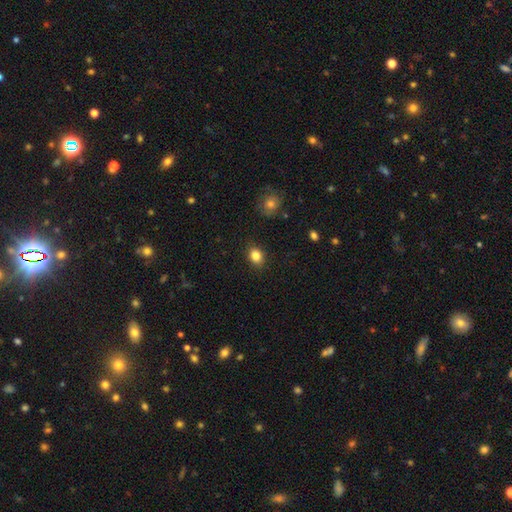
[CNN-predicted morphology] Smooth or featured? Predicted: smooth (p=0.84). How rounded? Predicted: in between (p=0.57). Merging? Predicted: none (p=0.87).